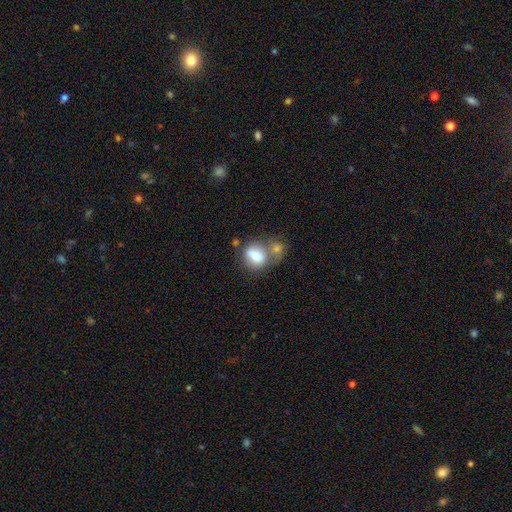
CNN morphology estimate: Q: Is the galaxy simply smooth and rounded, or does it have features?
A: smooth — 79%.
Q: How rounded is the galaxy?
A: in between — 62%.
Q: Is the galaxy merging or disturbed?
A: merger — 47%.